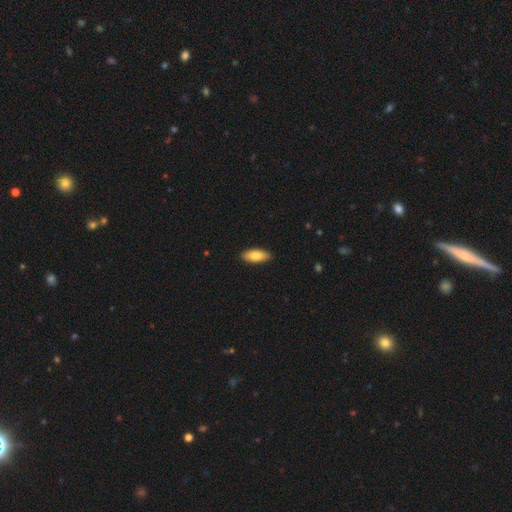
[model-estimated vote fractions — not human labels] Smooth or featured? Predicted: smooth (p=0.82). How rounded? Predicted: in between (p=0.78). Merging? Predicted: none (p=0.87).